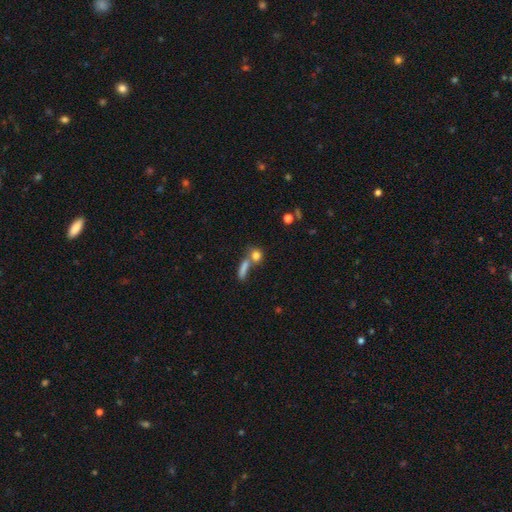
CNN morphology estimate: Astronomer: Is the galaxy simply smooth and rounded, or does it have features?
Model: smooth — 78%.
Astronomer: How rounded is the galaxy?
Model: round — 66%.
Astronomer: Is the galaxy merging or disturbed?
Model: none — 47% (runner-up: merger, 38%).